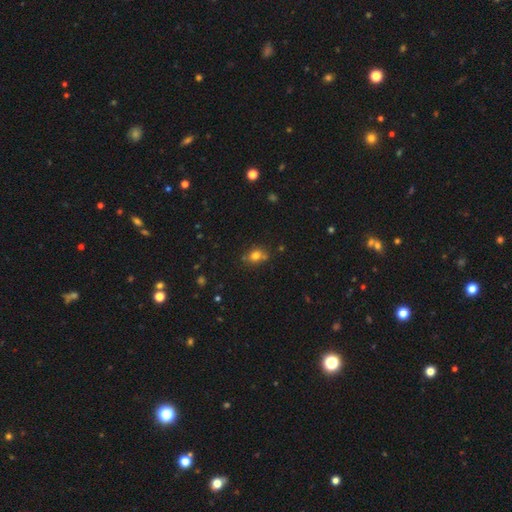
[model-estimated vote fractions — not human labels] A smooth galaxy with no disk features (74%) that is round (57%).

Vote fractions:
- Smooth or featured? smooth: 74% / star or artifact: 15% / featured or disk: 11%
- How rounded? round: 57% / in between: 42% / cigar-shaped: 2%
- Merging? none: 65% / minor disturbance: 18% / merger: 13% / major disturbance: 5%